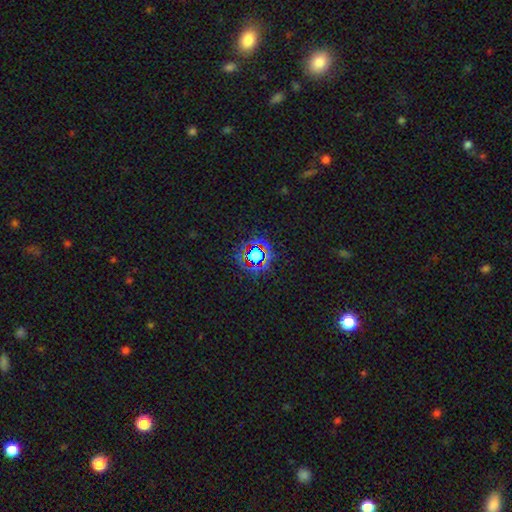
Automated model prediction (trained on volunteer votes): star or artifact 65%, smooth 24%, featured or disk 10%.